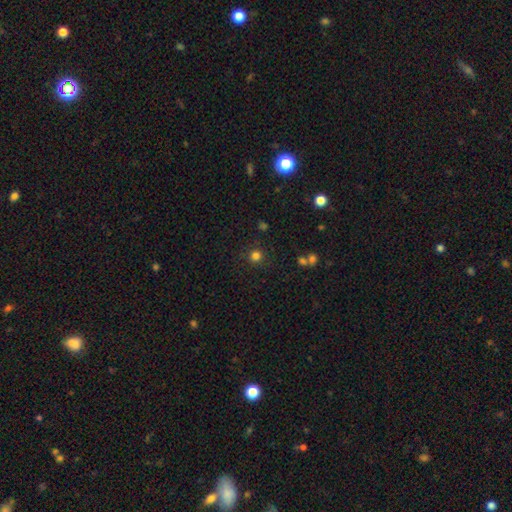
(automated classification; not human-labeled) Smooth or featured? smooth (80%)
How rounded? round (94%)
Merging? none (86%)